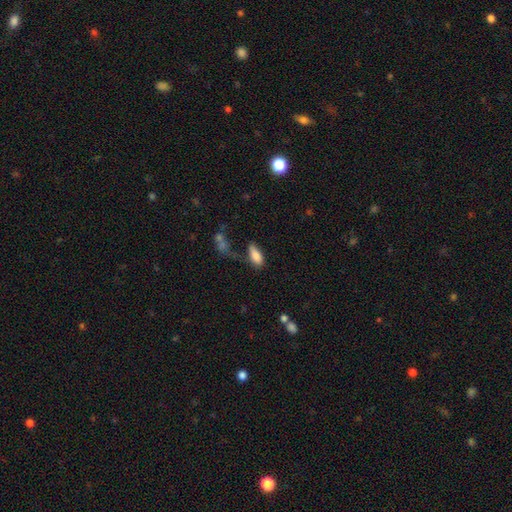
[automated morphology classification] smooth 84%, star or artifact 8%, featured or disk 8%. Down the decision tree: how rounded — in between (85%); merging — none (50%).